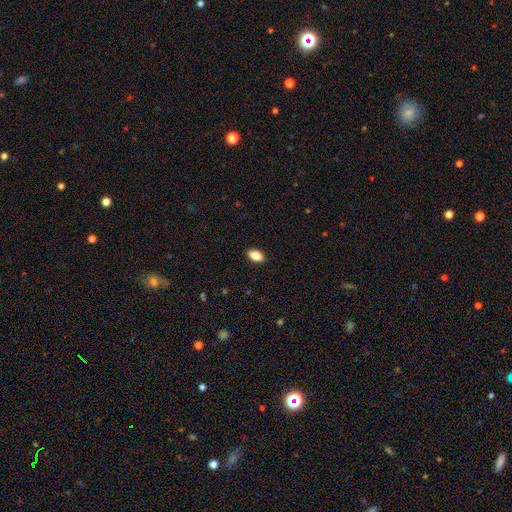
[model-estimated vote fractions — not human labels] The model was most divided on "smooth or featured": smooth: 86%, star or artifact: 8%, featured or disk: 6%. More confident: how rounded — in between (91%); merging — none (90%).